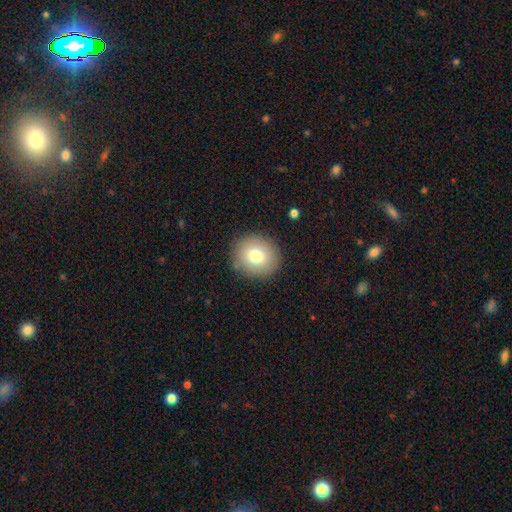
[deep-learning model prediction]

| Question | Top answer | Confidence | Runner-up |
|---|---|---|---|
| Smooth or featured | smooth | 76% | featured or disk (14%) |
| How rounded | round | 84% | in between (16%) |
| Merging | none | 87% | minor disturbance (9%) |